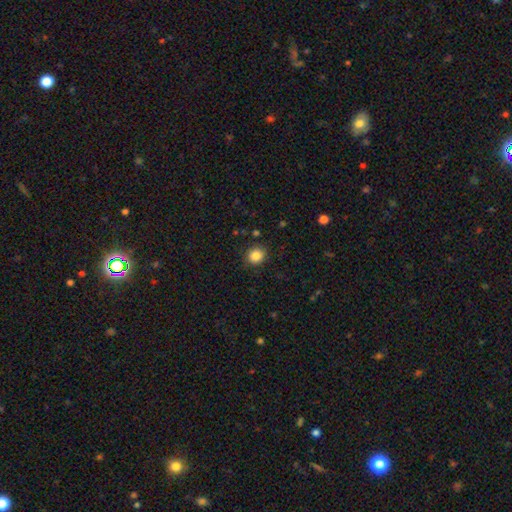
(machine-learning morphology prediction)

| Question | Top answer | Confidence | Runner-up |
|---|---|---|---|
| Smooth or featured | smooth | 86% | star or artifact (10%) |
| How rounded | round | 85% | in between (14%) |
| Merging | none | 89% | minor disturbance (8%) |